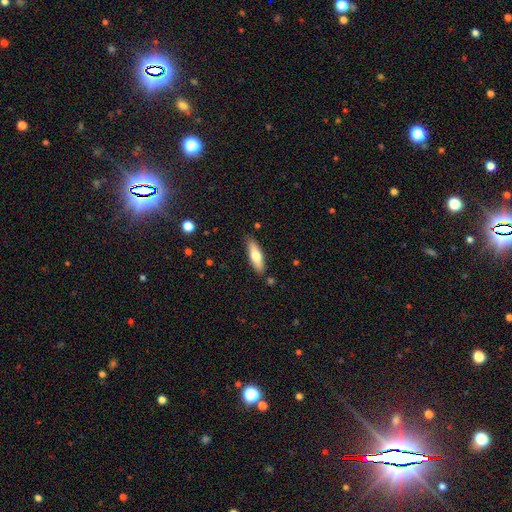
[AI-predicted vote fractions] Smooth or featured? smooth (68%)
How rounded? cigar-shaped (55%)
Merging? none (84%)